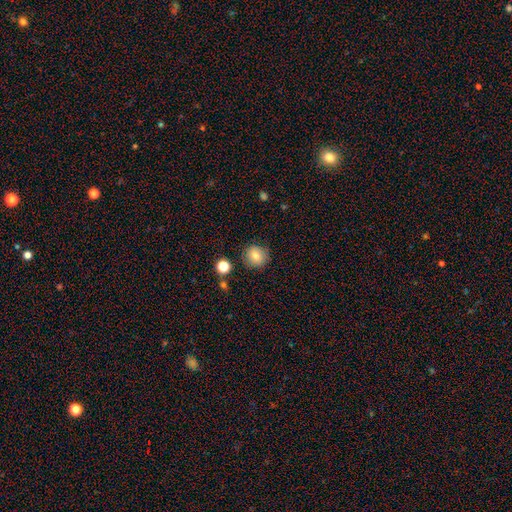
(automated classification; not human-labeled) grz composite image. It shows a smooth galaxy with no disk features (81%) that is round (88%). Merging: none (85%).